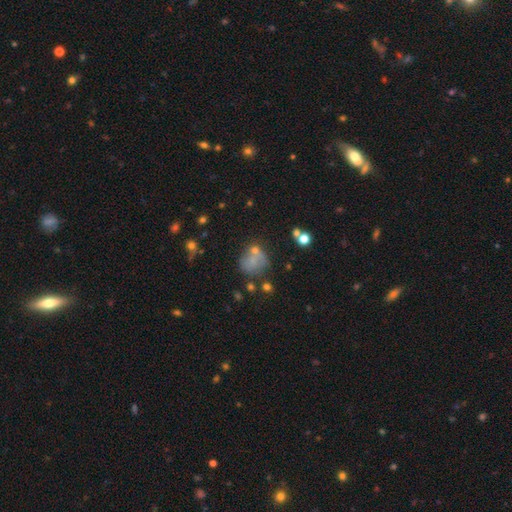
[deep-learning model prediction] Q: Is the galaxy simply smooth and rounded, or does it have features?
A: smooth — 56%.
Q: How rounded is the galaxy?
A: round — 69%.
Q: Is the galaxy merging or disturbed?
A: none — 48%.